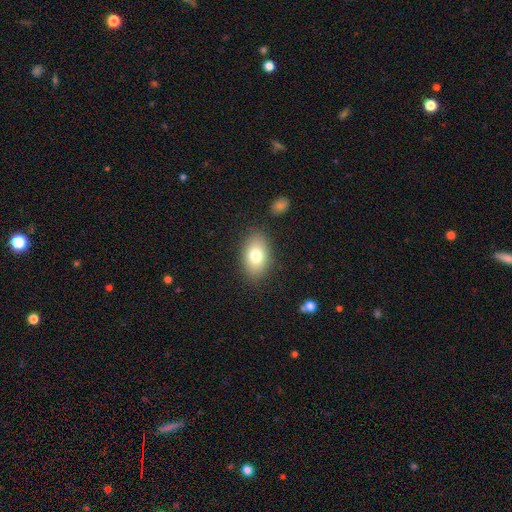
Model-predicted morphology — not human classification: A smooth galaxy with no disk features (78%) that is in between round and cigar-shaped (88%).

Vote fractions:
- Smooth or featured? smooth: 78% / featured or disk: 14% / star or artifact: 8%
- How rounded? in between: 88% / round: 11% / cigar-shaped: 2%
- Merging? none: 85% / minor disturbance: 10% / major disturbance: 3% / merger: 2%